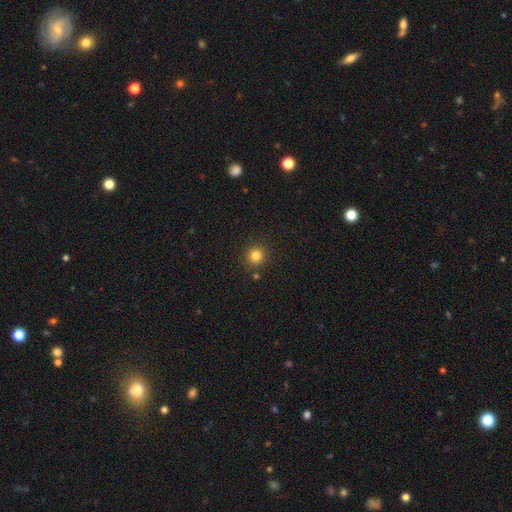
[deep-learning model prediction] smooth_or_featured: smooth (p=0.81) [alt: star or artifact p=0.14]
how_rounded: round (p=0.93) [alt: in between p=0.06]
merging: none (p=0.88) [alt: minor disturbance p=0.06]